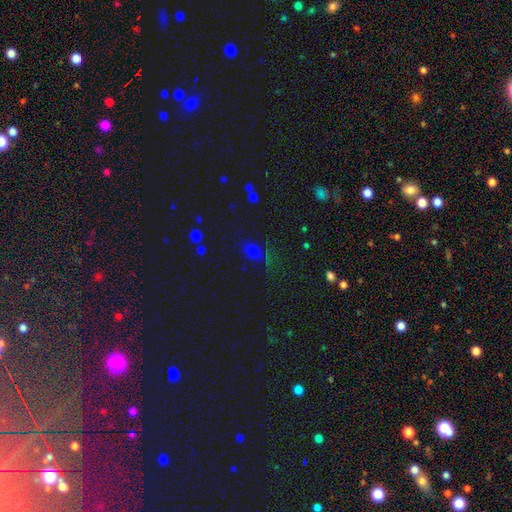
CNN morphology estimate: smooth_or_featured: smooth (p=0.58) [alt: star or artifact p=0.34]
how_rounded: round (p=0.53) [alt: in between p=0.44]
merging: none (p=0.64) [alt: minor disturbance p=0.18]